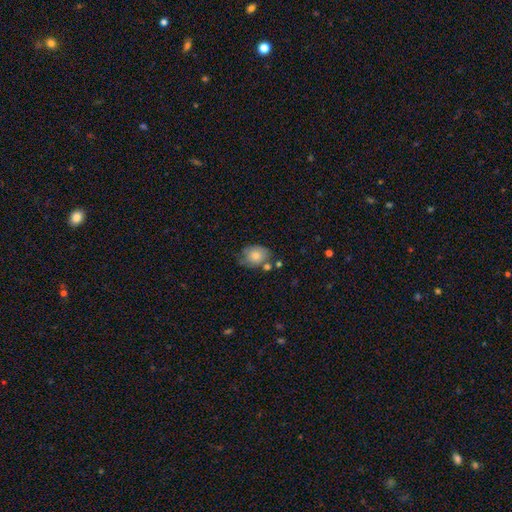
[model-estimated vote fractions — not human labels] The model was most divided on "how rounded": in between: 59%, round: 40%, cigar-shaped: 1%. More confident: smooth or featured — smooth (75%); merging — none (54%).